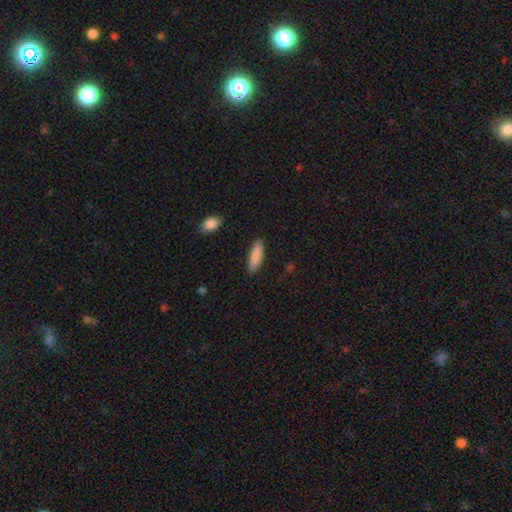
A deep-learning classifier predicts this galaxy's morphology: type=smooth (87%); roundness=cigar-shaped (60%); merging=none (88%).